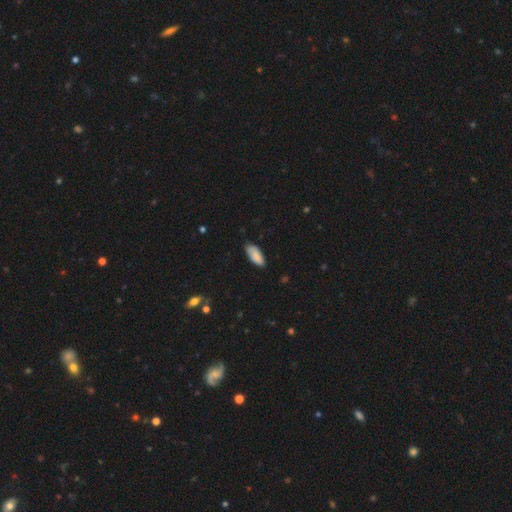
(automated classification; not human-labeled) A smooth galaxy with no disk features (87%) that is in between round and cigar-shaped (85%). Merging: none (79%).